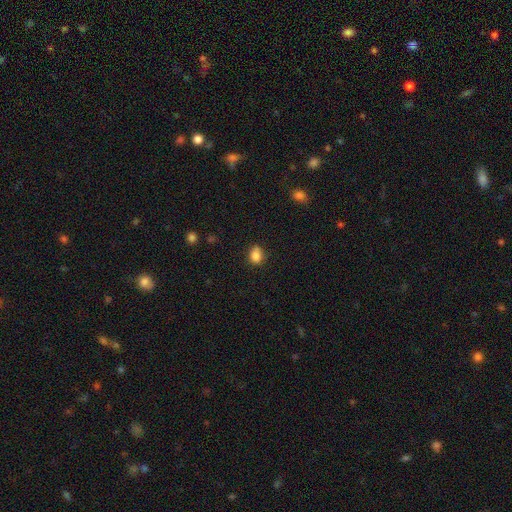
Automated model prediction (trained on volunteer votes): Smooth or featured?
  - smooth: 83% *
  - star or artifact: 10%
  - featured or disk: 6%
How rounded?
  - round: 55% *
  - in between: 44%
  - cigar-shaped: 1%
Merging?
  - none: 71% *
  - minor disturbance: 21%
  - major disturbance: 4%
  - merger: 4%